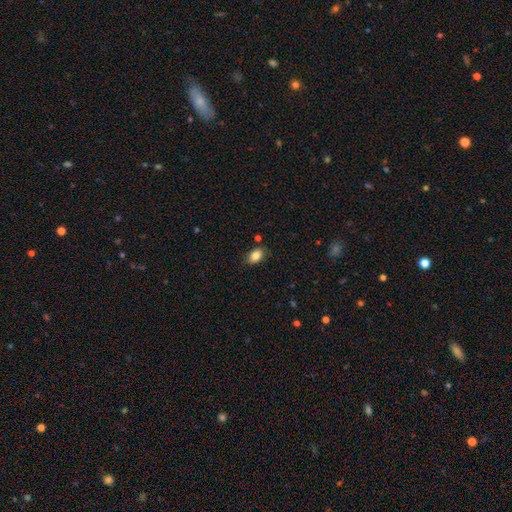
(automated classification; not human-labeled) Smooth or featured? smooth (85%)
How rounded? in between (86%)
Merging? none (79%)